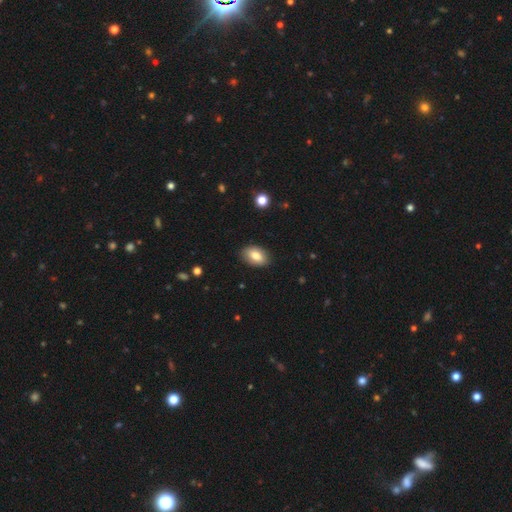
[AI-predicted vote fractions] The model was most divided on "smooth or featured": smooth: 82%, featured or disk: 11%, star or artifact: 7%. More confident: how rounded — in between (91%); merging — none (85%).